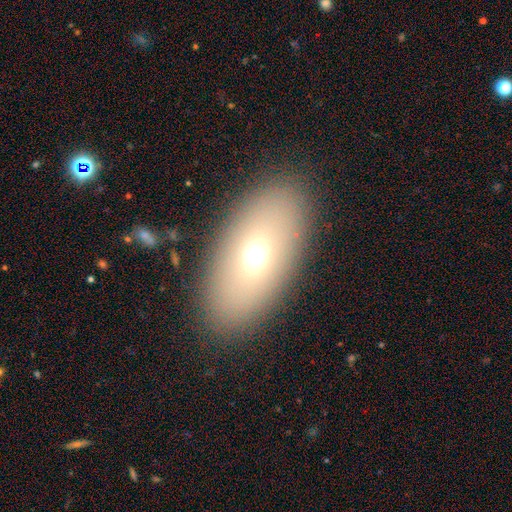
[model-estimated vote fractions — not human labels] Smooth or featured: smooth — 66% (featured or disk — 22%)
How rounded: in between — 89% (round — 7%)
Merging: none — 87% (minor disturbance — 8%)